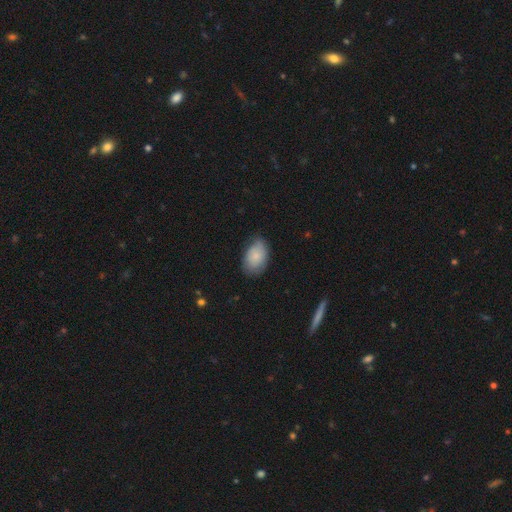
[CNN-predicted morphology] This is likely a smooth galaxy (73%). How rounded: clearly in between (88%). Merging: likely none (63%).